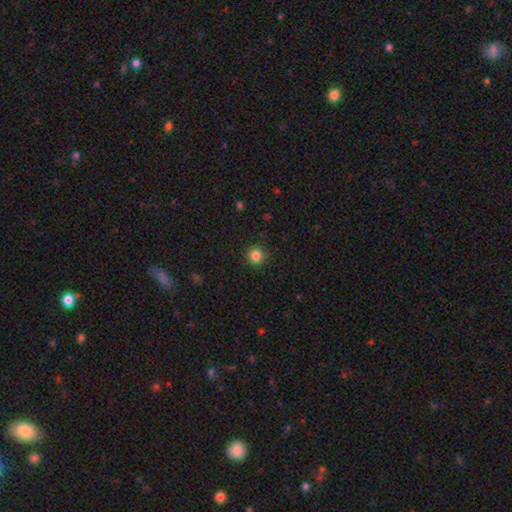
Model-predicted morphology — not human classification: Smooth or featured: smooth — 84% (star or artifact — 11%)
How rounded: round — 92% (in between — 7%)
Merging: none — 91% (minor disturbance — 6%)